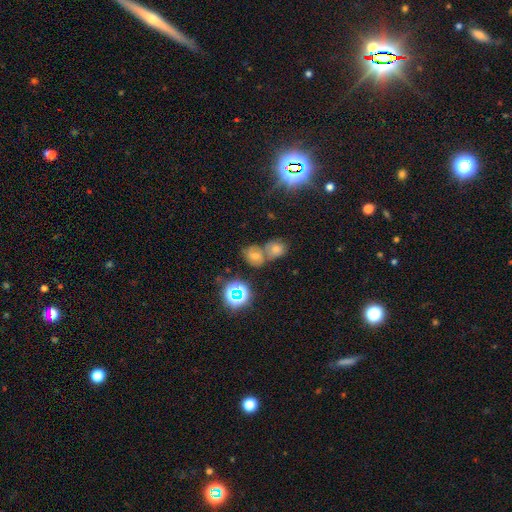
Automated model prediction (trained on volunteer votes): Morphology: type=smooth (49%); merging=merger (43%).